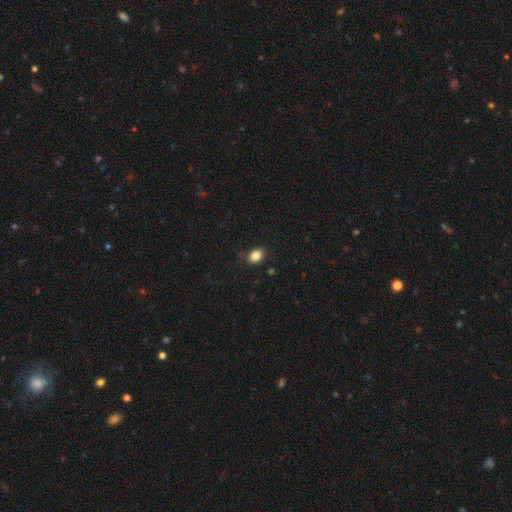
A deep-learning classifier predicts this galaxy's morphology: Smooth or featured?
  - smooth: 84% *
  - star or artifact: 11%
  - featured or disk: 5%
How rounded?
  - in between: 59% *
  - round: 40%
  - cigar-shaped: 1%
Merging?
  - none: 84% *
  - minor disturbance: 11%
  - major disturbance: 3%
  - merger: 1%